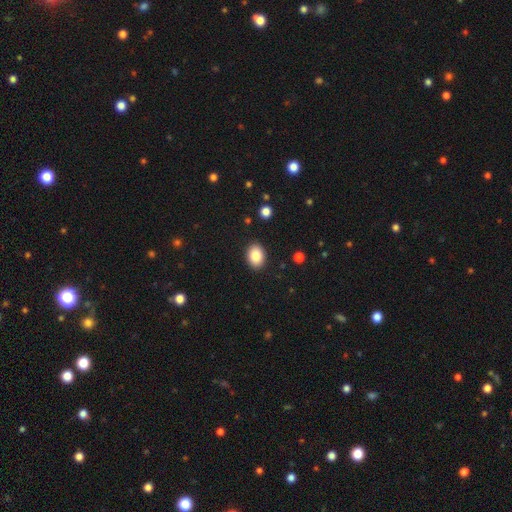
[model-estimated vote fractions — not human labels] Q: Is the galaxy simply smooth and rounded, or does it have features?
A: smooth — 86%.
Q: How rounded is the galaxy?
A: in between — 71%.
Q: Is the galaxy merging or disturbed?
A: none — 89%.